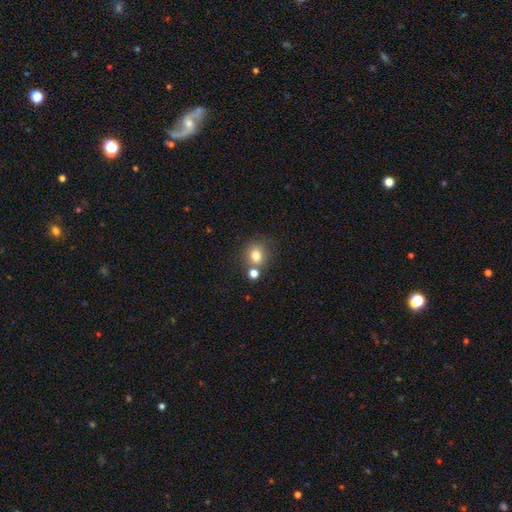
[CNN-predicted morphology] Overall: smooth (78%). How rounded: round (80%). Merging: none (66%).